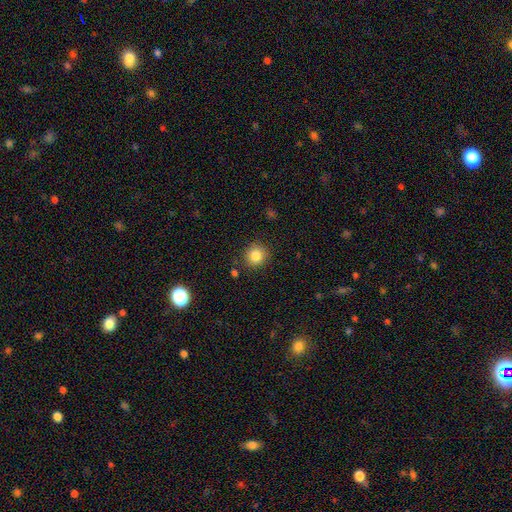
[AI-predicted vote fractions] A smooth galaxy with no disk features (84%) that is round (90%). Merging: none (87%).